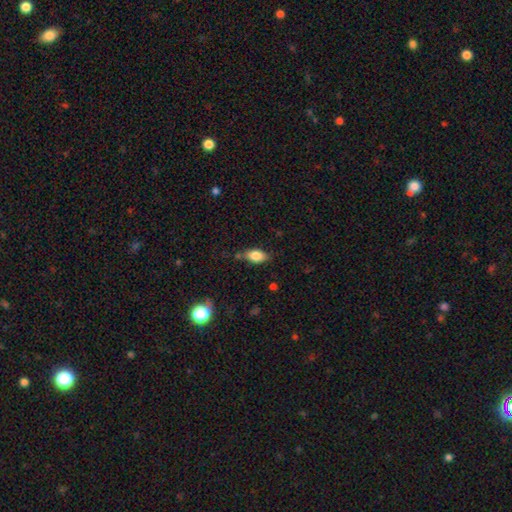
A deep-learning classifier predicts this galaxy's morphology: Q: Smooth or featured?
A: smooth (81%); runner-up: featured or disk (11%)
Q: How rounded?
A: in between (88%); runner-up: round (7%)
Q: Merging?
A: none (74%); runner-up: minor disturbance (18%)